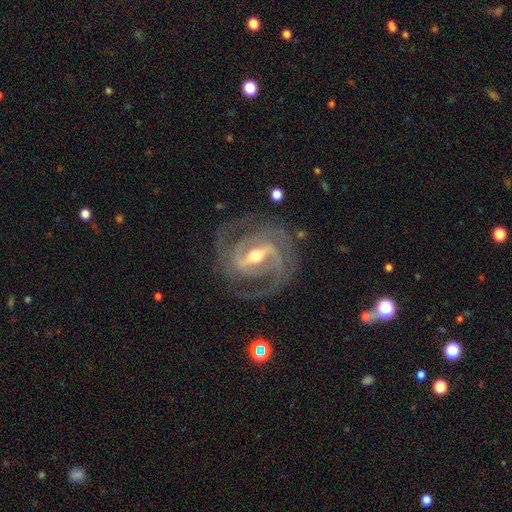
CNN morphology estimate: A featured or disk galaxy (89%) with a strong bar (57%), 2 (45%) tight (58%) spiral arms (97%) and a moderate central bulge (51%).

Vote fractions:
- Smooth or featured? featured or disk: 89% / star or artifact: 7% / smooth: 4%
- Edge-on disk? no: 96% / yes: 4%
- Bar? strong: 57% / weak: 33% / no: 10%
- Spiral arms? yes: 97% / no: 3%
- Spiral winding? tight: 58% / medium: 35% / loose: 7%
- Spiral arm count? 2: 45% / 3: 23% / can't tell: 13% / 4: 9% / more than 4: 5% / 1: 5%
- Bulge size? moderate: 51% / small: 45% / large: 3% / none: 1% / dominant: 1%
- Merging? none: 77% / minor disturbance: 13% / major disturbance: 8% / merger: 2%